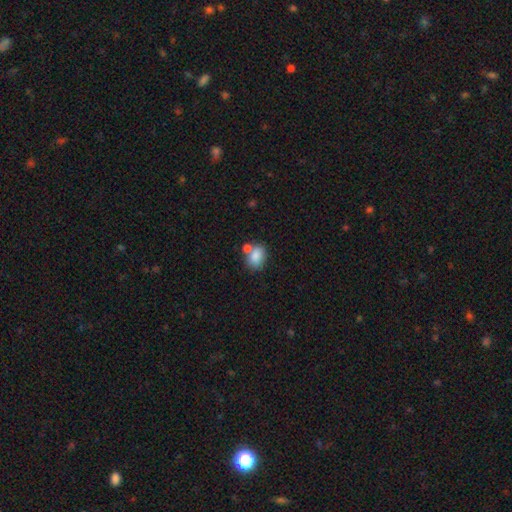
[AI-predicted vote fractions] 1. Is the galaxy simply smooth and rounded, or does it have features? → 84% smooth, 8% star or artifact, 7% featured or disk.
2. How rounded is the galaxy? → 68% in between, 31% round, 1% cigar-shaped.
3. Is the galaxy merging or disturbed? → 54% none, 27% merger, 14% minor disturbance, 5% major disturbance.